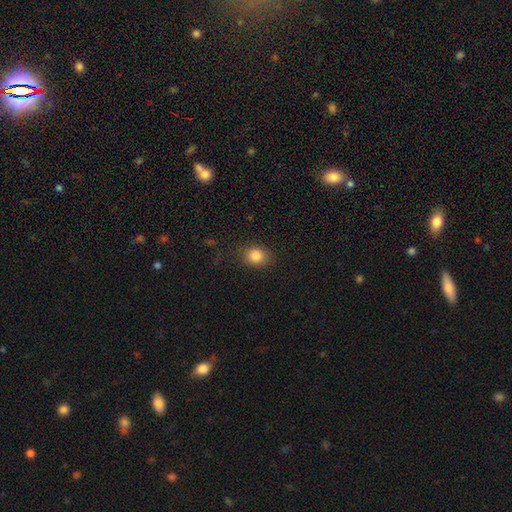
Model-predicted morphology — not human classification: smooth-or-featured: smooth: 84% | star or artifact: 10% | featured or disk: 6%
  how-rounded: round: 55% | in between: 44% | cigar-shaped: 1%
  merging: none: 83% | minor disturbance: 12% | major disturbance: 4% | merger: 1%